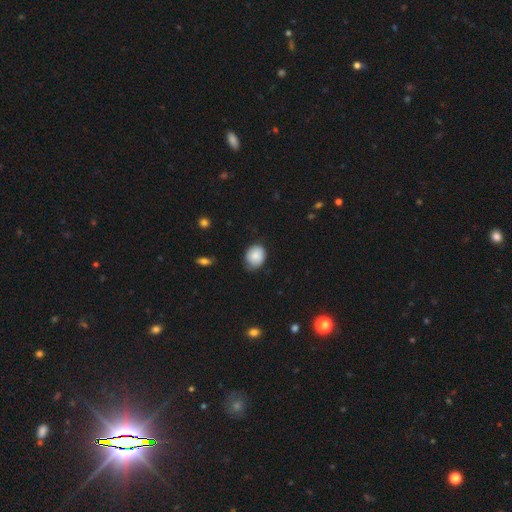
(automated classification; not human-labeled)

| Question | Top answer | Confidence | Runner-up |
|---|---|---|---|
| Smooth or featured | smooth | 85% | featured or disk (8%) |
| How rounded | round | 53% | in between (46%) |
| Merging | none | 67% | minor disturbance (27%) |